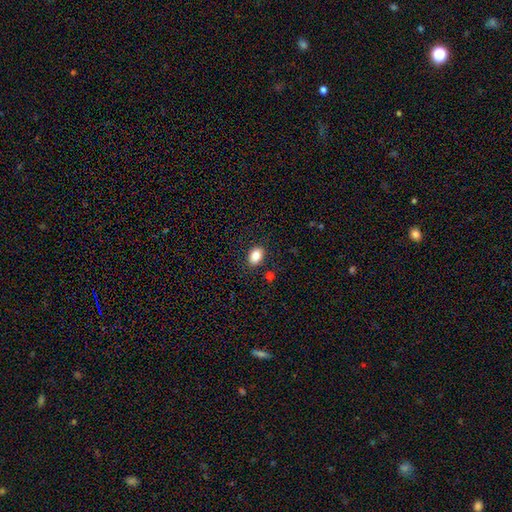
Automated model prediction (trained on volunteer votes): Smooth or featured: smooth — 86% (star or artifact — 9%)
How rounded: in between — 80% (round — 18%)
Merging: none — 86% (minor disturbance — 9%)